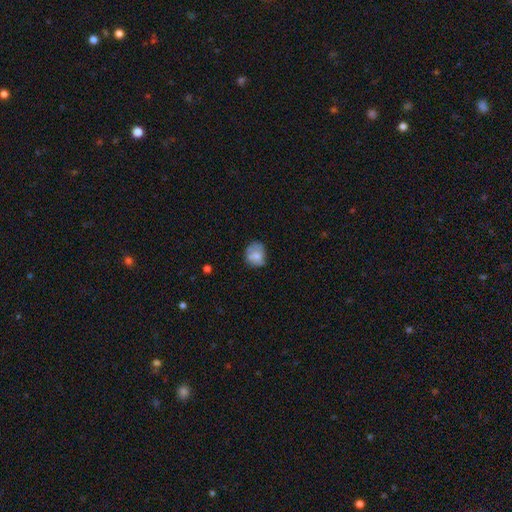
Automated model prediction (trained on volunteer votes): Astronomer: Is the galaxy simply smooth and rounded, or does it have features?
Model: smooth — 69%.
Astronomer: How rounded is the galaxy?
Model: round — 63%.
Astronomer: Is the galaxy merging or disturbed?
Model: none — 56%.